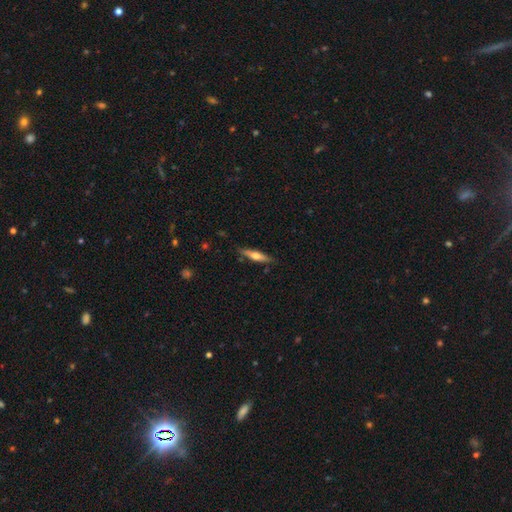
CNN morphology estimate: The model was most divided on "smooth or featured": smooth: 49%, featured or disk: 46%, star or artifact: 6%. More confident: merging — none (84%).